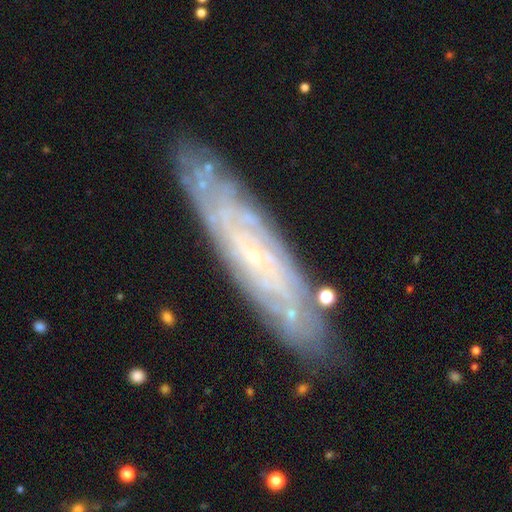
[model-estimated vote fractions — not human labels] A featured or disk galaxy (77%) with no bar (70%), spiral arms (89%) and a small central bulge (85%).

Vote fractions:
- Smooth or featured? featured or disk: 77% / smooth: 16% / star or artifact: 7%
- Edge-on disk? no: 68% / yes: 32%
- Bar? no: 70% / weak: 24% / strong: 6%
- Spiral arms? yes: 89% / no: 11%
- Bulge size? small: 85% / moderate: 8% / none: 5% / large: 1% / dominant: 1%
- Merging? none: 83% / minor disturbance: 12% / major disturbance: 3% / merger: 2%